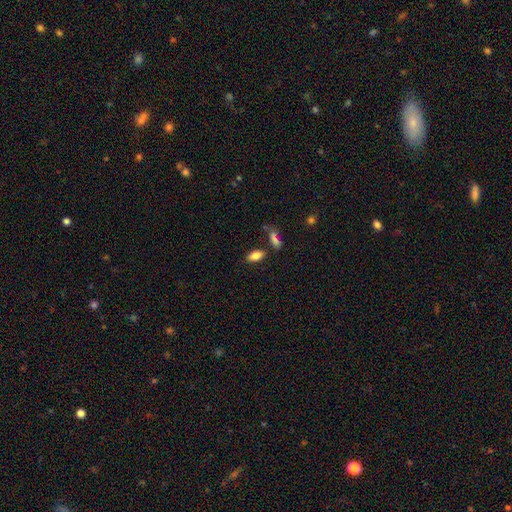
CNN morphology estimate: Smooth or featured: smooth — 83% (featured or disk — 9%)
How rounded: in between — 89% (cigar-shaped — 8%)
Merging: none — 76% (minor disturbance — 12%)